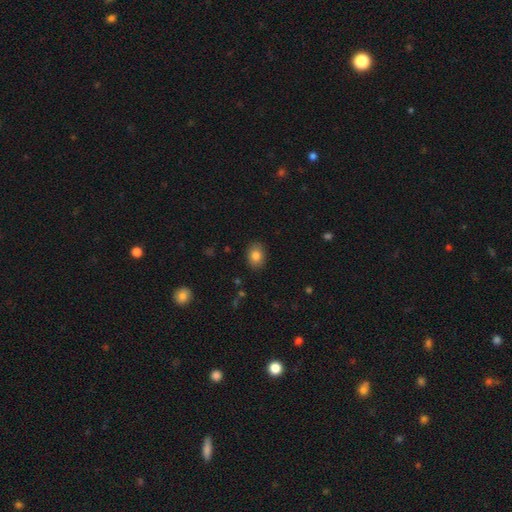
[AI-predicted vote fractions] This appears to be a smooth galaxy with no disk features (84%) that is in between round and cigar-shaped (65%). Merging: none (87%).